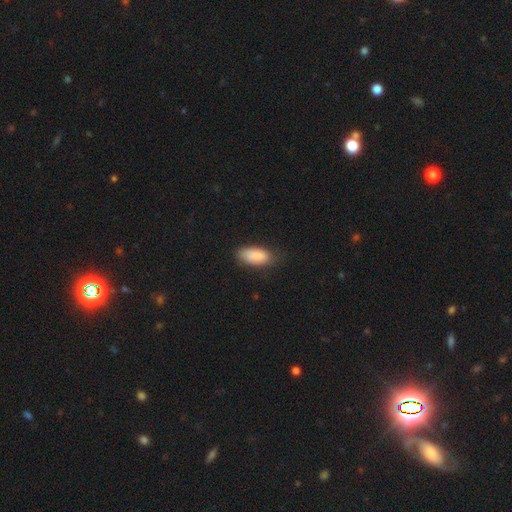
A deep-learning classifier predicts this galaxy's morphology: Smooth or featured? Predicted: smooth (p=0.88). How rounded? Predicted: in between (p=0.87). Merging? Predicted: none (p=0.70).